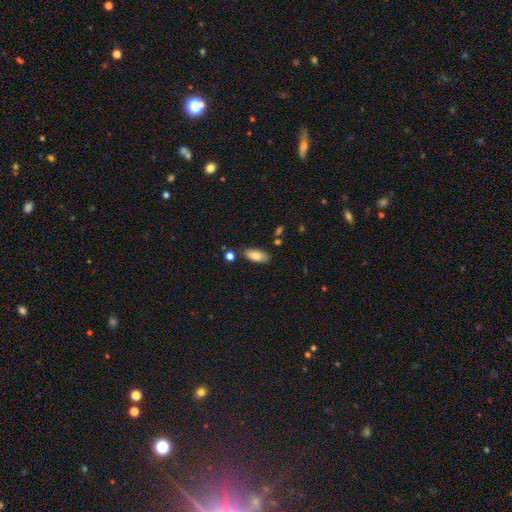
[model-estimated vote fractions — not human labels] smooth 84%, featured or disk 10%, star or artifact 7%. Down the decision tree: how rounded — in between (88%); merging — none (80%).